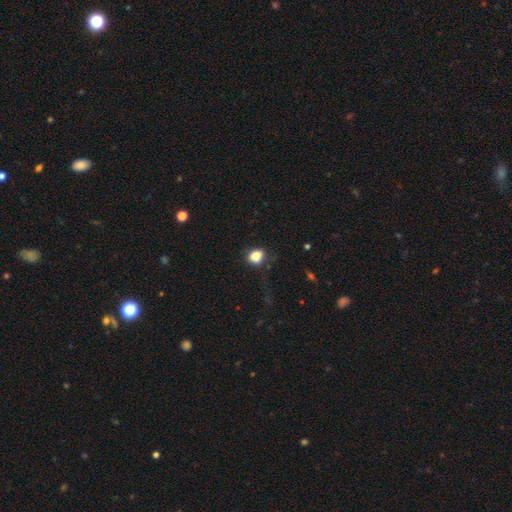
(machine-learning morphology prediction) Smooth or featured? smooth (83%)
How rounded? round (51%)
Merging? none (72%)